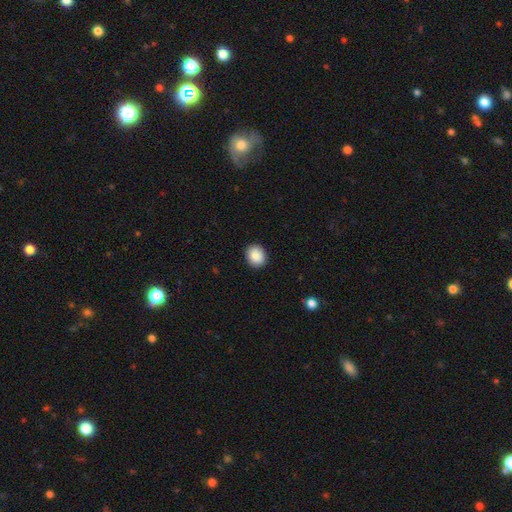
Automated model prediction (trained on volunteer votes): Smooth or featured? smooth (89%)
How rounded? round (58%)
Merging? none (89%)